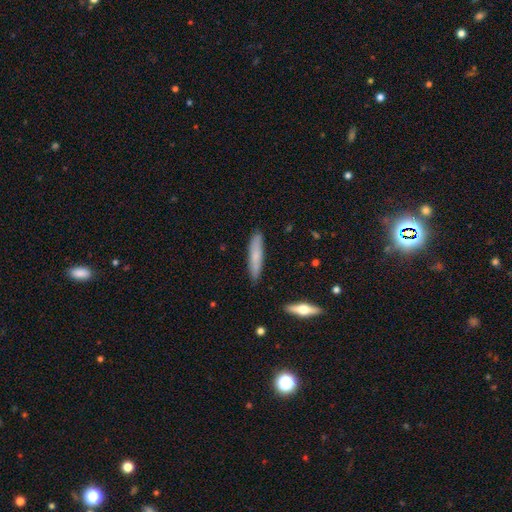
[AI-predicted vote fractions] Smooth or featured? smooth (67%)
How rounded? cigar-shaped (86%)
Merging? none (85%)